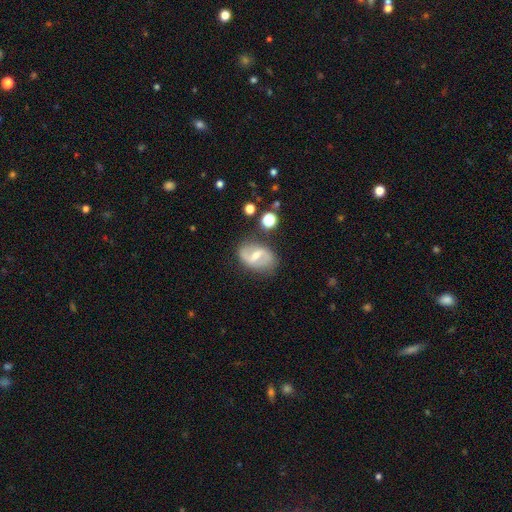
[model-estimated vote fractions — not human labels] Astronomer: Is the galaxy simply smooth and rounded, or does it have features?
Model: featured or disk — 73%.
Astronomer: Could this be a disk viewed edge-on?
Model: no — 97%.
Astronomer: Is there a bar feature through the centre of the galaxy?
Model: weak — 47% (runner-up: strong, 40%).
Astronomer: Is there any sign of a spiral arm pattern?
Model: yes — 83%.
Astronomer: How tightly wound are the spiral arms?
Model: loose — 46% (runner-up: medium, 40%).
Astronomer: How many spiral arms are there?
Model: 2 — 87%.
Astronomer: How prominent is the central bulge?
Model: moderate — 46% (runner-up: small, 43%).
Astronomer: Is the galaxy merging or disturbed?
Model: none — 75%.